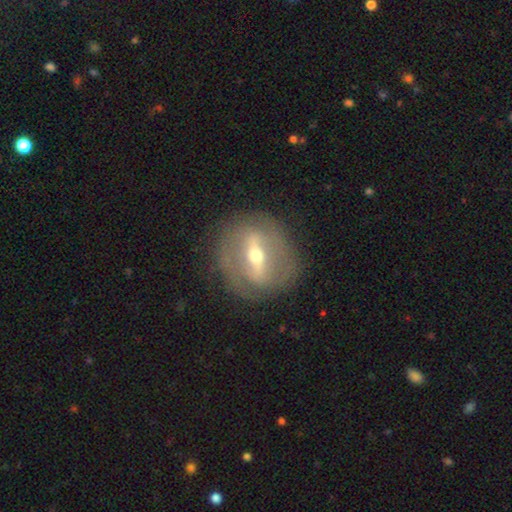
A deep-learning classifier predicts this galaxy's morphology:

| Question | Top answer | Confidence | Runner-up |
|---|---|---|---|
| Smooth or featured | featured or disk | 78% | smooth (15%) |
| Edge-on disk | no | 75% | yes (25%) |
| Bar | strong | 74% | weak (19%) |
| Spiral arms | no | 61% | yes (39%) |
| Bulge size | moderate | 57% | small (38%) |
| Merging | none | 82% | minor disturbance (11%) |